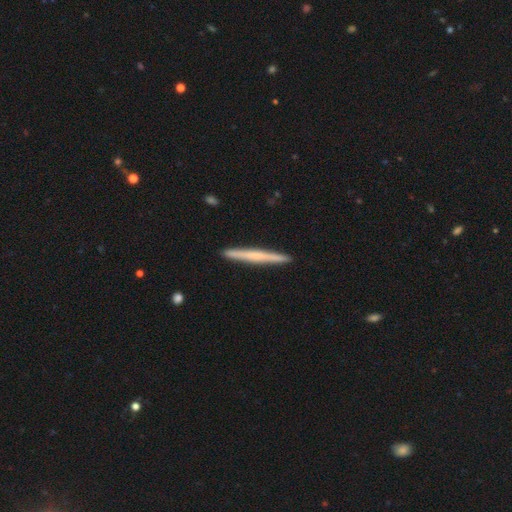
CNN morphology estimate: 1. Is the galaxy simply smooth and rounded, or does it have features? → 48% smooth, 46% featured or disk, 5% star or artifact.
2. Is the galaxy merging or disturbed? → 93% none, 5% minor disturbance, 1% major disturbance, 1% merger.